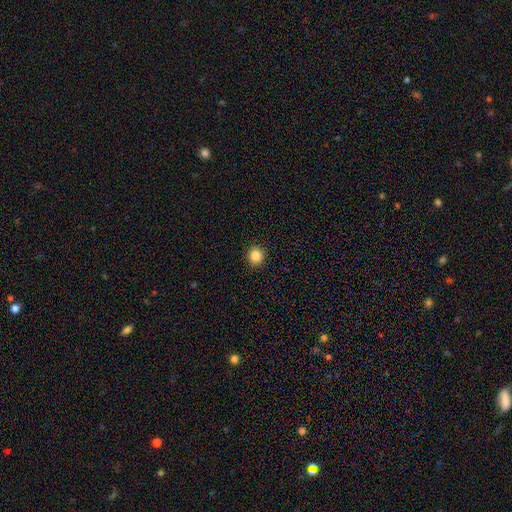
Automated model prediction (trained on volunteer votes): Smooth or featured: smooth — 86% (star or artifact — 10%)
How rounded: round — 87% (in between — 12%)
Merging: none — 92% (minor disturbance — 6%)